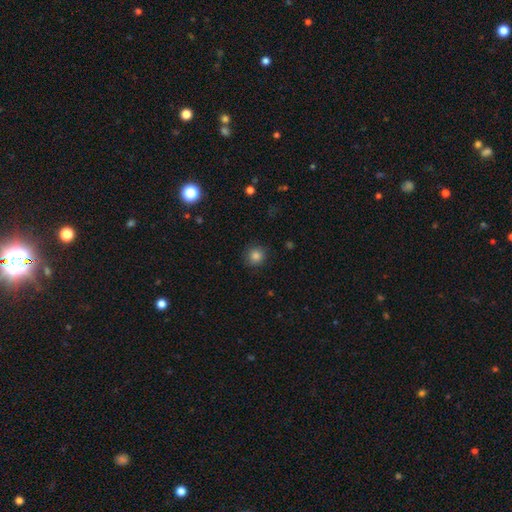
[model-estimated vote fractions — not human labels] Smooth or featured: smooth — 84% (star or artifact — 11%)
How rounded: round — 91% (in between — 8%)
Merging: none — 89% (minor disturbance — 8%)